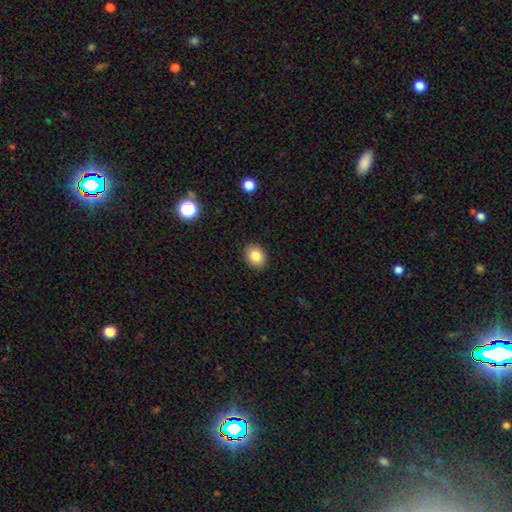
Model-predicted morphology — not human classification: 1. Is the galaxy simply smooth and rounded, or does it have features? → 84% smooth, 9% star or artifact, 7% featured or disk.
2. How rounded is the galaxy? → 55% round, 44% in between, 1% cigar-shaped.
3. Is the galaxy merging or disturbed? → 90% none, 7% minor disturbance, 2% major disturbance, 1% merger.